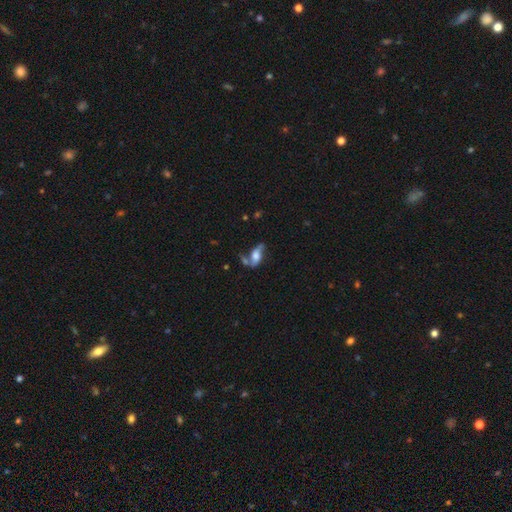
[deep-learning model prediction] This appears to be a featured or disk galaxy (57%). Merging: none (42%).